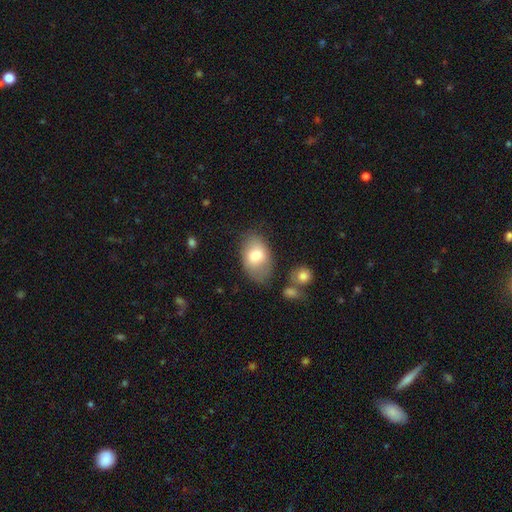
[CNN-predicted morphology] The model was most divided on "merging": none: 67%, minor disturbance: 21%, major disturbance: 7%, merger: 5%. More confident: how rounded — in between (88%); smooth or featured — smooth (75%).